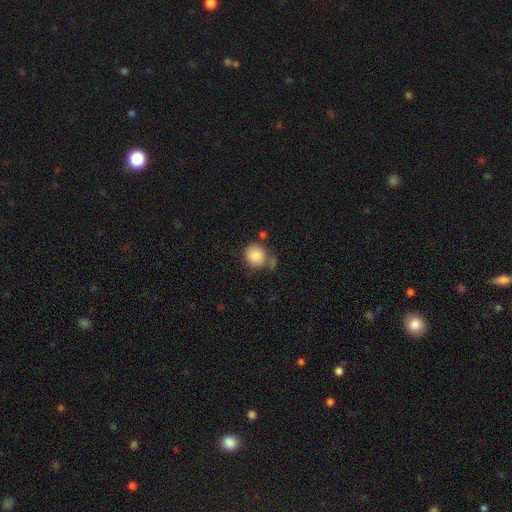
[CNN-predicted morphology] Smooth or featured: smooth — 85% (featured or disk — 8%)
How rounded: round — 75% (in between — 24%)
Merging: none — 56% (minor disturbance — 20%)